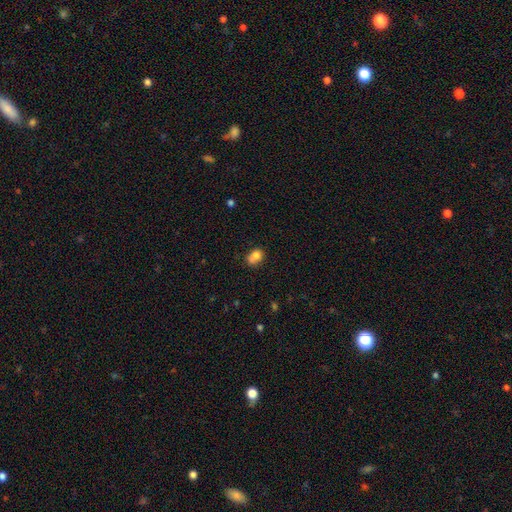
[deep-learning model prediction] smooth 75%, featured or disk 14%, star or artifact 11%. Down the decision tree: how rounded — in between (53%); merging — none (37%).